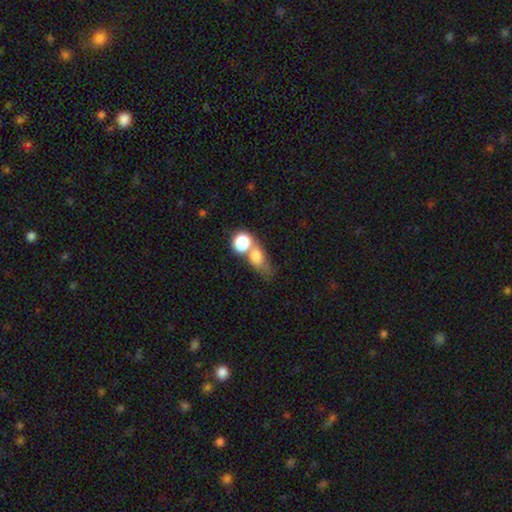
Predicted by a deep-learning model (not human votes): A smooth galaxy with no disk features (74%) that is in between round and cigar-shaped (50%).

Vote fractions:
- Smooth or featured? smooth: 74% / featured or disk: 15% / star or artifact: 11%
- How rounded? in between: 50% / round: 45% / cigar-shaped: 5%
- Merging? merger: 64% / none: 20% / major disturbance: 8% / minor disturbance: 8%